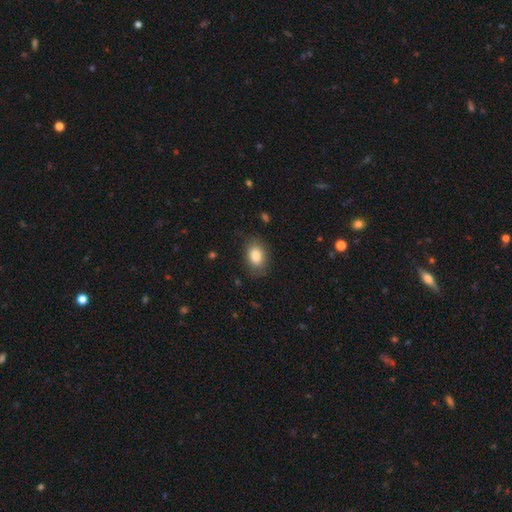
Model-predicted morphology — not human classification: Smooth or featured?
  - smooth: 84% *
  - featured or disk: 8%
  - star or artifact: 8%
How rounded?
  - in between: 80% *
  - round: 18%
  - cigar-shaped: 1%
Merging?
  - none: 82% *
  - minor disturbance: 13%
  - major disturbance: 3%
  - merger: 1%